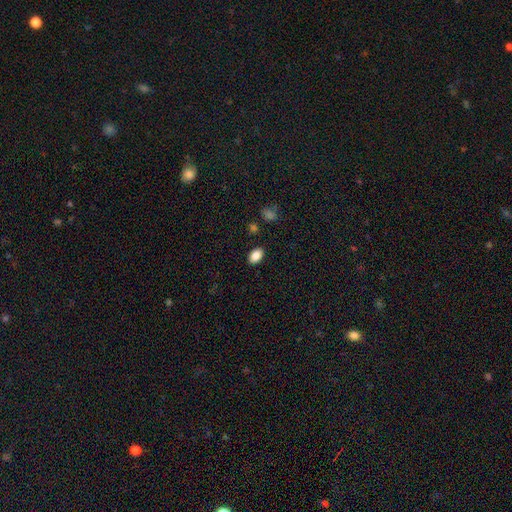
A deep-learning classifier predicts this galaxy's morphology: The model was most divided on "merging": none: 87%, minor disturbance: 9%, major disturbance: 2%, merger: 2%. More confident: how rounded — in between (91%); smooth or featured — smooth (87%).